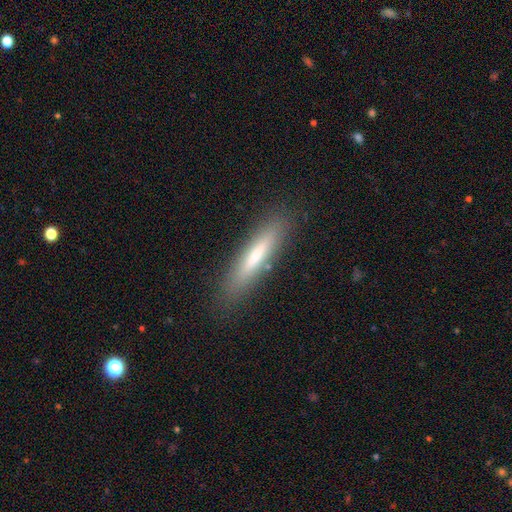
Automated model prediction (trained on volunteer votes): Smooth or featured? Predicted: smooth (p=0.57). How rounded? Predicted: cigar-shaped (p=0.88). Merging? Predicted: none (p=0.88).